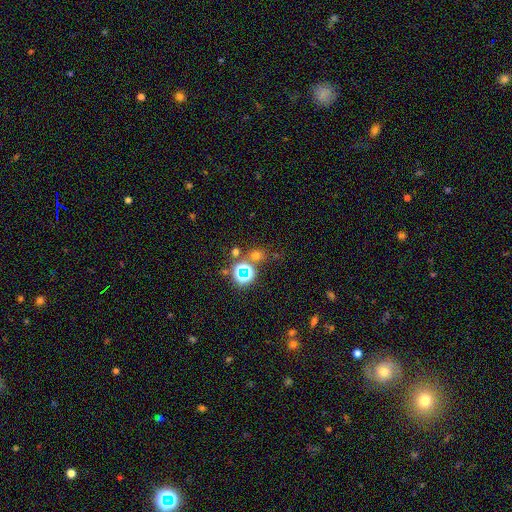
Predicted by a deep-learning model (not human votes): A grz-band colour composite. It shows a smooth galaxy with no disk features (54%) that is round (84%). Merging: none (73%).